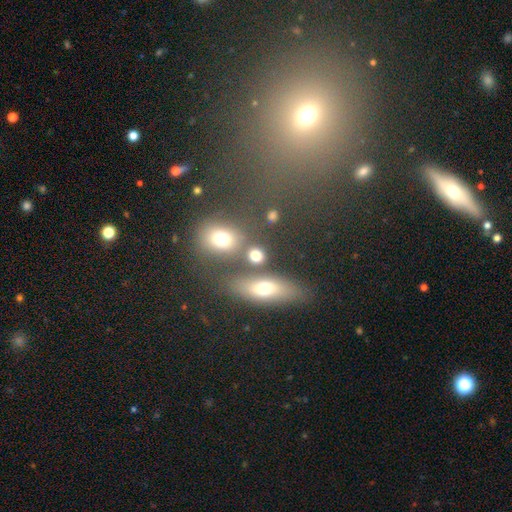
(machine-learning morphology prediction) Smooth or featured: smooth — 75% (star or artifact — 13%)
How rounded: round — 58% (in between — 35%)
Merging: none — 66% (merger — 19%)